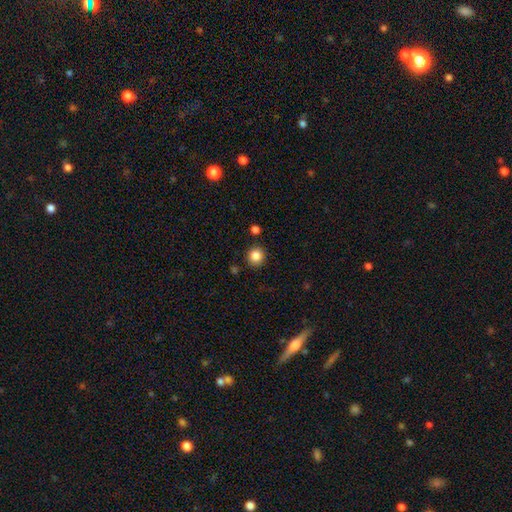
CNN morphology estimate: smooth 86%, star or artifact 10%, featured or disk 4%. Down the decision tree: how rounded — round (92%); merging — none (88%).